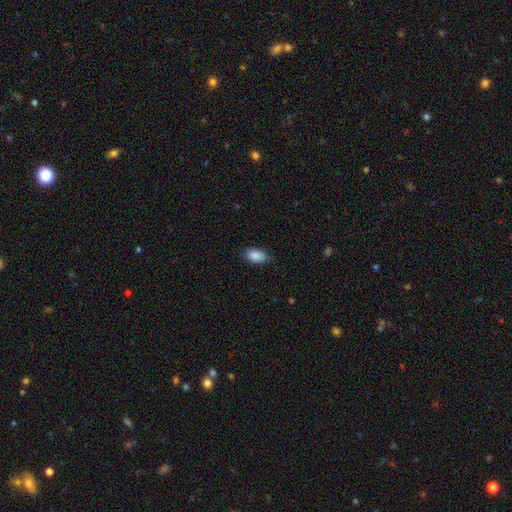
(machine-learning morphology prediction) type=smooth (89%); roundness=in between (93%); merging=none (81%).